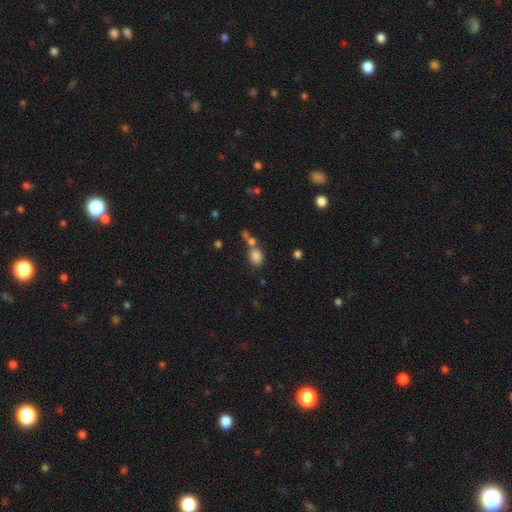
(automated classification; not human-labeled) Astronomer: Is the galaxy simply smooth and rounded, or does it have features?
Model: smooth — 81%.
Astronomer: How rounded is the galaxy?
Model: in between — 58% (runner-up: round, 40%).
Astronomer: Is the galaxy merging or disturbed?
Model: none — 49% (runner-up: merger, 34%).